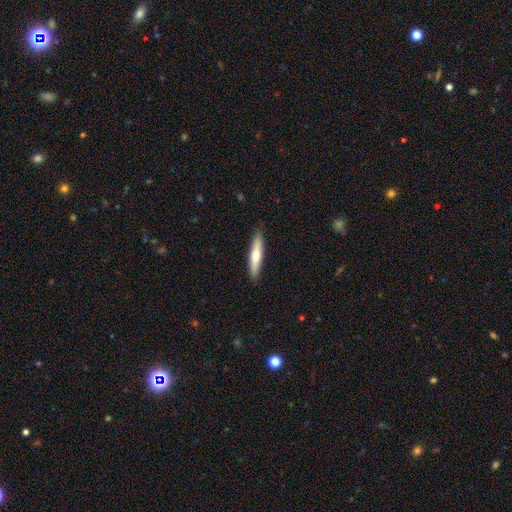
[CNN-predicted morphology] smooth_or_featured: smooth (p=0.52) [alt: featured or disk p=0.43]
how_rounded: cigar-shaped (p=0.87) [alt: in between p=0.11]
merging: none (p=0.90) [alt: minor disturbance p=0.07]